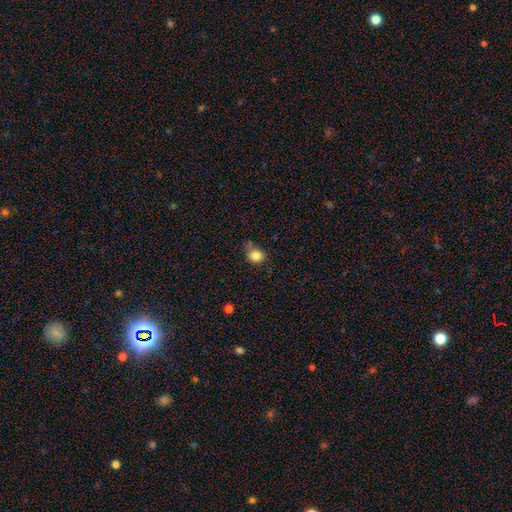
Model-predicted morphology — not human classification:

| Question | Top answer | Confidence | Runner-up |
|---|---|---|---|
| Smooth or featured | smooth | 83% | star or artifact (10%) |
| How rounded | round | 57% | in between (42%) |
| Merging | none | 48% | minor disturbance (37%) |